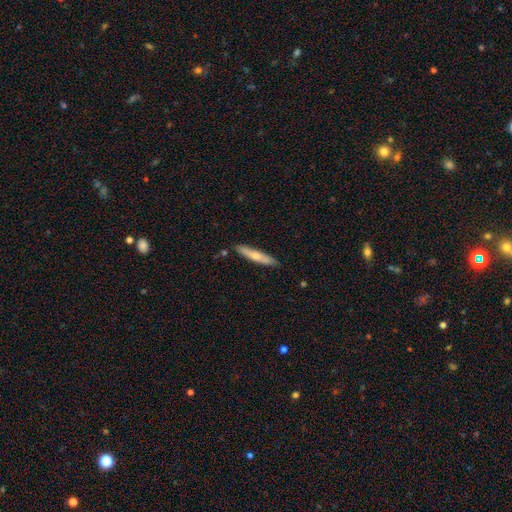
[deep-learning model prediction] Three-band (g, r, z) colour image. It shows a smooth galaxy with no disk features (62%) that is cigar-shaped (89%). Merging: none (86%).